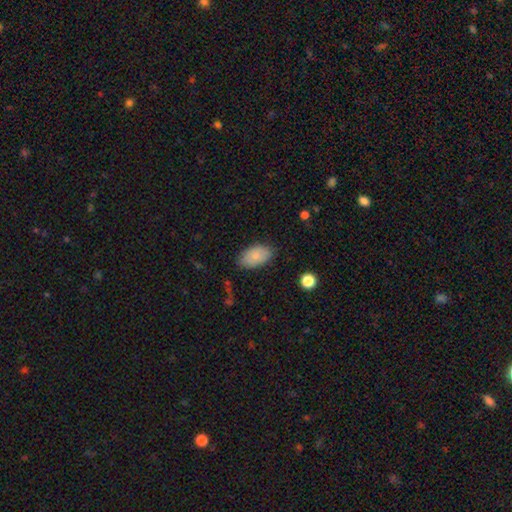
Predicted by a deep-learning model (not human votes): smooth 80%, featured or disk 13%, star or artifact 7%. Down the decision tree: how rounded — in between (93%); merging — none (80%).